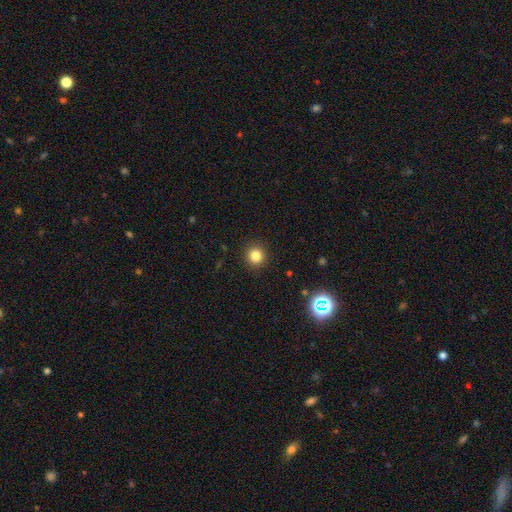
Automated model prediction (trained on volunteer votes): Smooth or featured? Predicted: smooth (p=0.82). How rounded? Predicted: round (p=0.94). Merging? Predicted: none (p=0.92).